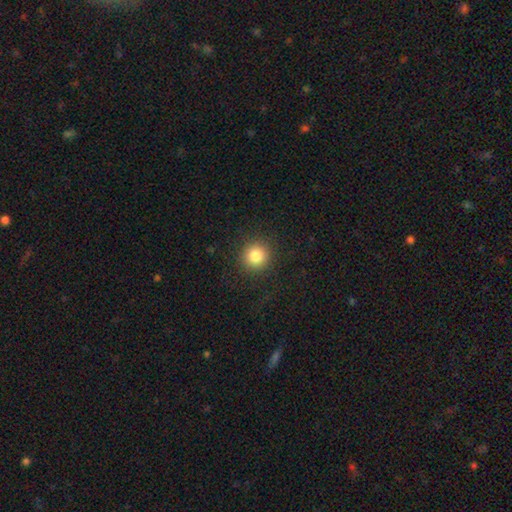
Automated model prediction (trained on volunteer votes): This is clearly a smooth galaxy (84%). How rounded: clearly round (93%). Merging: clearly none (90%).